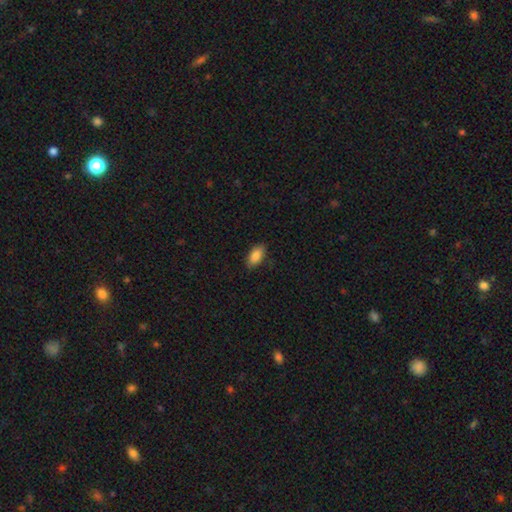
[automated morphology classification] Overall: smooth (87%). How rounded: in between (91%). Merging: none (84%).